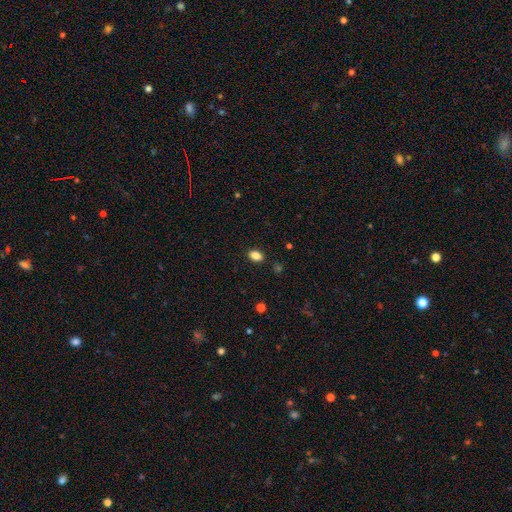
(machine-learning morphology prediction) This is clearly a smooth galaxy (86%). How rounded: clearly in between (83%). Merging: clearly none (88%).